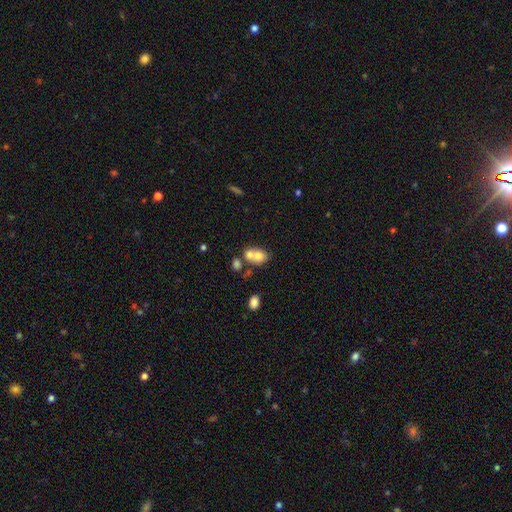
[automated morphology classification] Smooth or featured: smooth — 70% (featured or disk — 19%)
How rounded: in between — 56% (round — 42%)
Merging: merger — 59% (none — 28%)